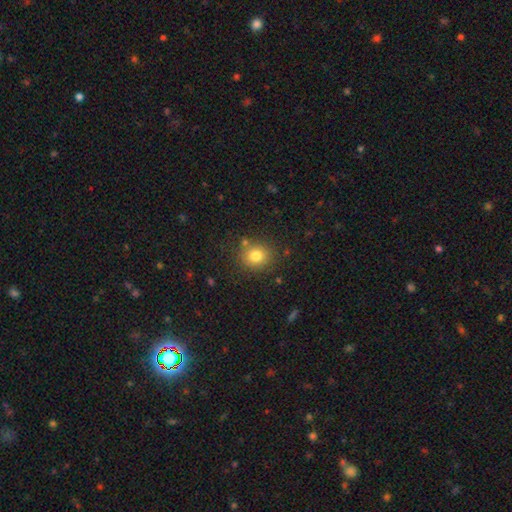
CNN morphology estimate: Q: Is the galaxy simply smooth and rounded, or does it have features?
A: smooth — 79%.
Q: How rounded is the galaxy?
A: round — 83%.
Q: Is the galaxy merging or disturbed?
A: none — 82%.